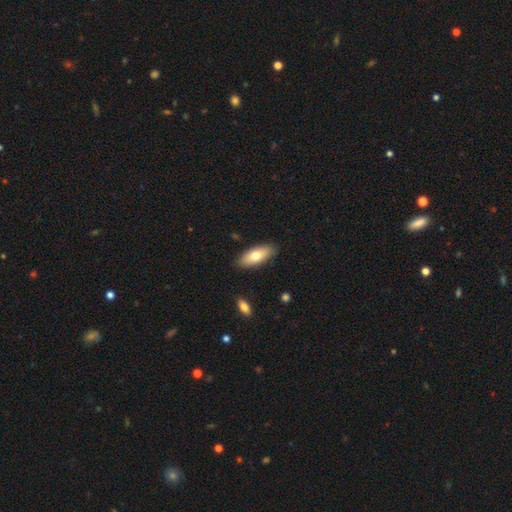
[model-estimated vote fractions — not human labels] Smooth or featured?
  - smooth: 72% *
  - featured or disk: 23%
  - star or artifact: 6%
How rounded?
  - in between: 79% *
  - cigar-shaped: 19%
  - round: 2%
Merging?
  - none: 86% *
  - minor disturbance: 10%
  - major disturbance: 2%
  - merger: 1%